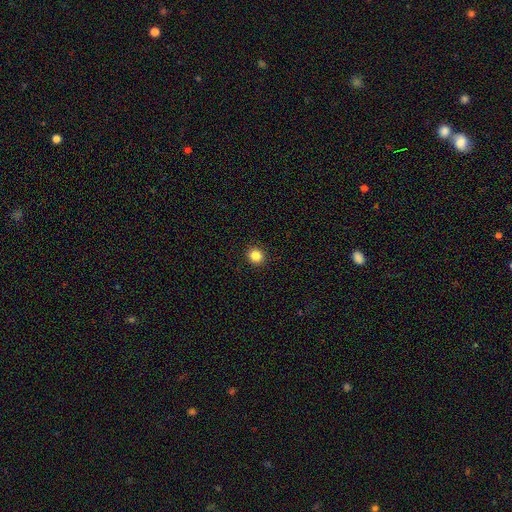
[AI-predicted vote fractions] Overall: smooth (85%). How rounded: round (87%). Merging: none (92%).